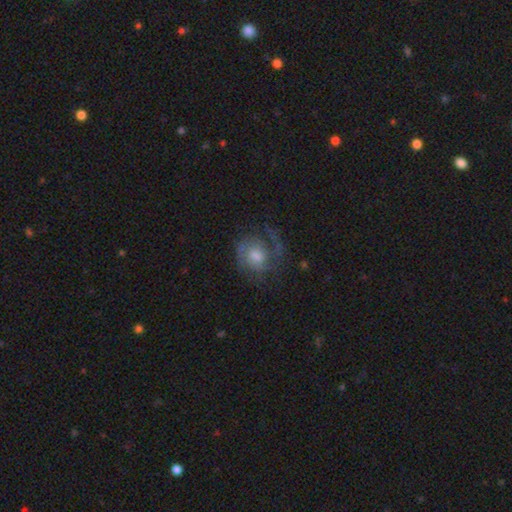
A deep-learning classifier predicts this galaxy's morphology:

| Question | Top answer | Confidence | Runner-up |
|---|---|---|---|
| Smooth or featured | featured or disk | 71% | smooth (21%) |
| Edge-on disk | no | 98% | yes (2%) |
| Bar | no | 66% | weak (30%) |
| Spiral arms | yes | 89% | no (11%) |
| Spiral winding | medium | 44% | tight (37%) |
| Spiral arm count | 2 | 48% | 1 (21%) |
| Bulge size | moderate | 54% | small (26%) |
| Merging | none | 59% | major disturbance (21%) |